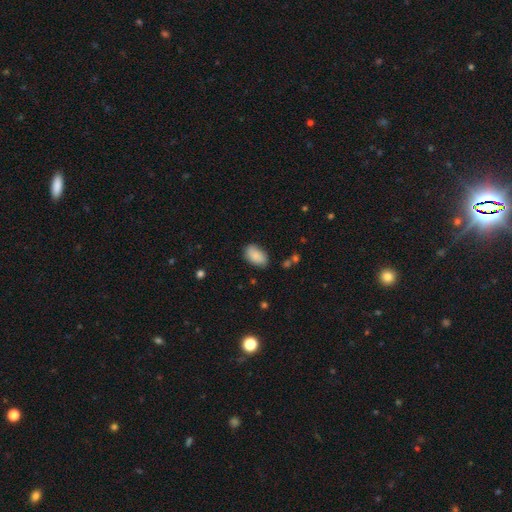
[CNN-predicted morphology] A smooth galaxy with no disk features (87%) that is in between round and cigar-shaped (93%).

Vote fractions:
- Smooth or featured? smooth: 87% / star or artifact: 7% / featured or disk: 6%
- How rounded? in between: 93% / round: 5% / cigar-shaped: 2%
- Merging? none: 76% / minor disturbance: 19% / major disturbance: 4% / merger: 2%